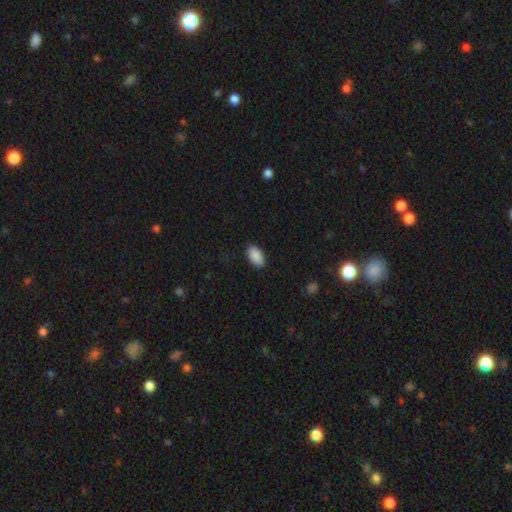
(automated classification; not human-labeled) Smooth or featured? Predicted: smooth (p=0.90). How rounded? Predicted: in between (p=0.95). Merging? Predicted: none (p=0.89).